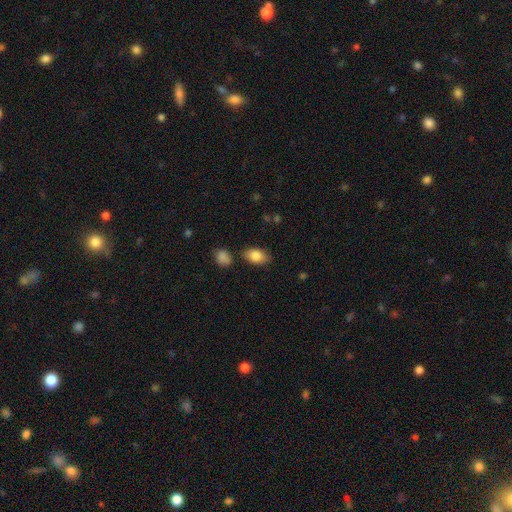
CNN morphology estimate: A smooth galaxy with no disk features (84%) that is in between round and cigar-shaped (89%).

Vote fractions:
- Smooth or featured? smooth: 84% / featured or disk: 9% / star or artifact: 7%
- How rounded? in between: 89% / round: 9% / cigar-shaped: 2%
- Merging? none: 79% / minor disturbance: 14% / merger: 4% / major disturbance: 3%